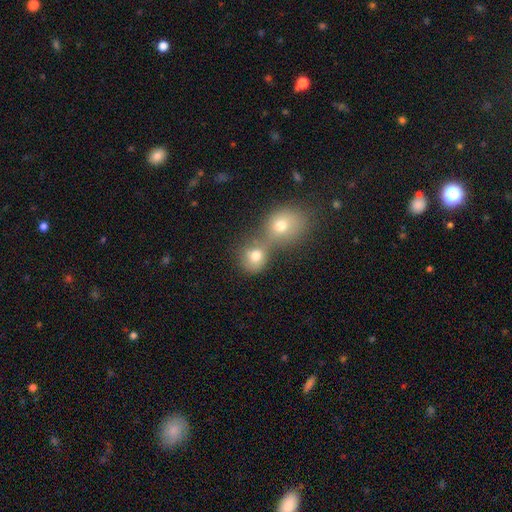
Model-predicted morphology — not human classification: type=smooth (76%); roundness=round (79%); merging=merger (61%).